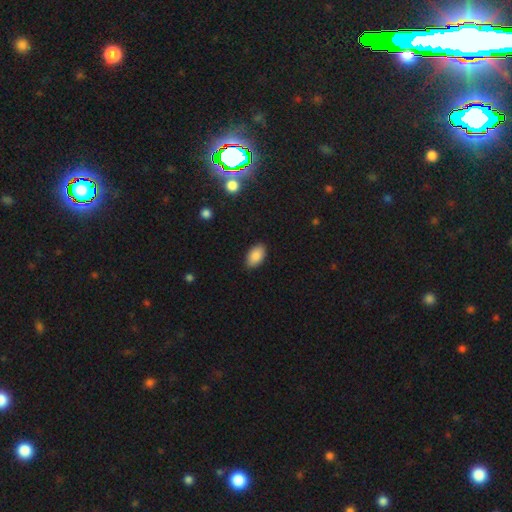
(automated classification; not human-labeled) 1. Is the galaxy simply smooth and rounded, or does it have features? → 88% smooth, 7% star or artifact, 4% featured or disk.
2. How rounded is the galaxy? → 93% in between, 5% round, 2% cigar-shaped.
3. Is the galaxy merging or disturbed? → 87% none, 10% minor disturbance, 2% major disturbance, 1% merger.